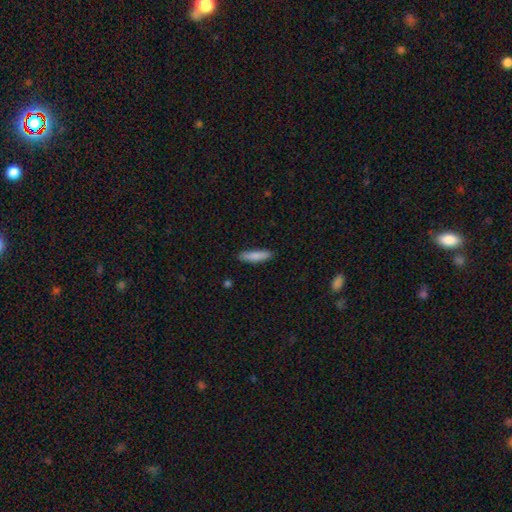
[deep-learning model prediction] A smooth galaxy with no disk features (85%) that is cigar-shaped (76%). Merging: none (88%).